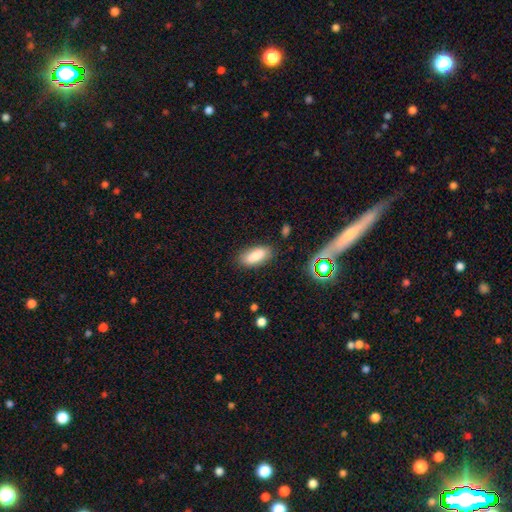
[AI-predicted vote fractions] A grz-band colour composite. It shows a smooth galaxy with no disk features (85%) that is in between round and cigar-shaped (85%). Merging: none (82%).